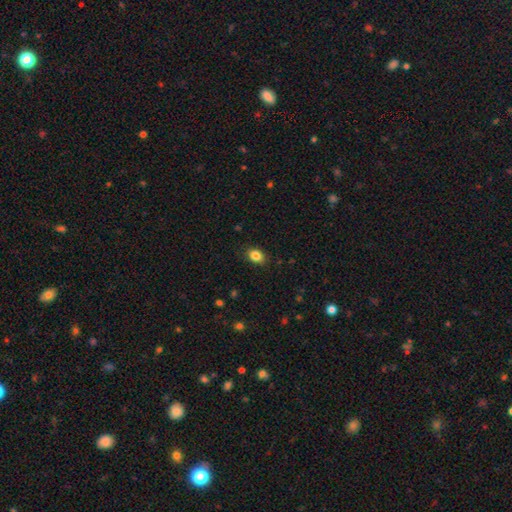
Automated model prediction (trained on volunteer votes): A smooth galaxy with no disk features (85%) that is in between round and cigar-shaped (70%).

Vote fractions:
- Smooth or featured? smooth: 85% / star or artifact: 10% / featured or disk: 5%
- How rounded? in between: 70% / round: 29% / cigar-shaped: 1%
- Merging? none: 87% / minor disturbance: 10% / major disturbance: 2% / merger: 1%